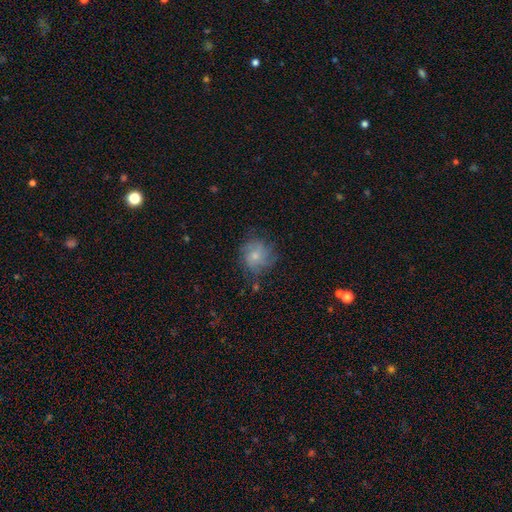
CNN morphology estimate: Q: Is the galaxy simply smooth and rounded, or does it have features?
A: smooth — 47%.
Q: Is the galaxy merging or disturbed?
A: none — 69%.